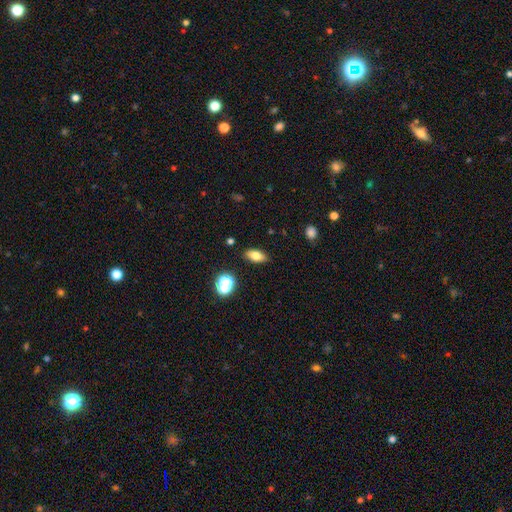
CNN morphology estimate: A smooth galaxy with no disk features (74%) that is in between round and cigar-shaped (83%).

Vote fractions:
- Smooth or featured? smooth: 74% / featured or disk: 15% / star or artifact: 11%
- How rounded? in between: 83% / cigar-shaped: 10% / round: 7%
- Merging? none: 87% / minor disturbance: 9% / merger: 2% / major disturbance: 2%